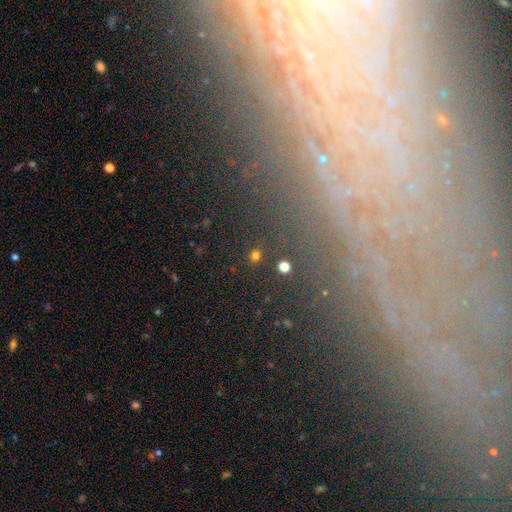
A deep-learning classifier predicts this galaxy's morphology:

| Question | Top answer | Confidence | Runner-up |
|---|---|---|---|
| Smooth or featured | featured or disk | 40% | star or artifact (39%) |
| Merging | none | 82% | minor disturbance (10%) |